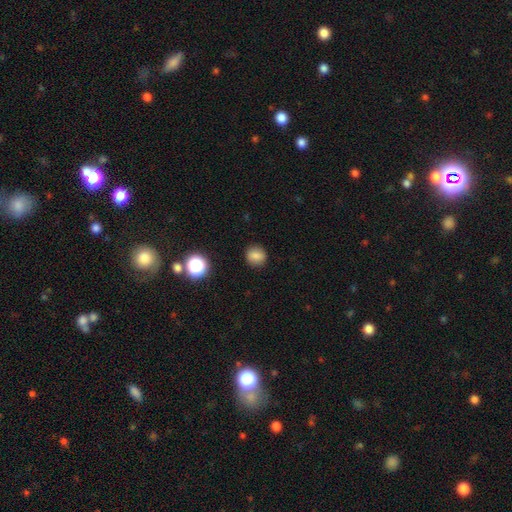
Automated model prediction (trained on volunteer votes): Smooth or featured? smooth (82%)
How rounded? round (84%)
Merging? none (89%)